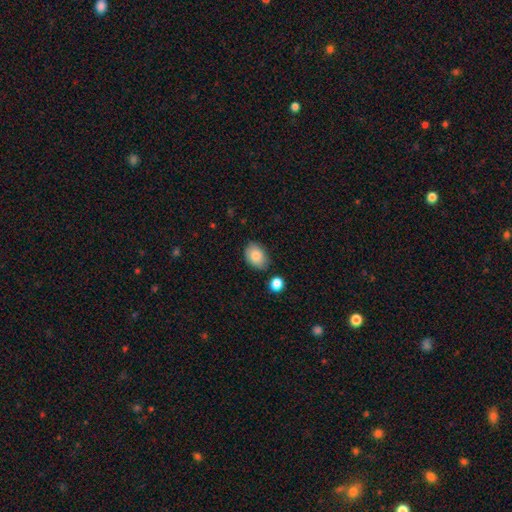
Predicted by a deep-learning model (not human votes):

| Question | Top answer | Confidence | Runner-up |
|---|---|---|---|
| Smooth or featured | smooth | 85% | star or artifact (7%) |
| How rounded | in between | 79% | round (20%) |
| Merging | none | 79% | minor disturbance (14%) |